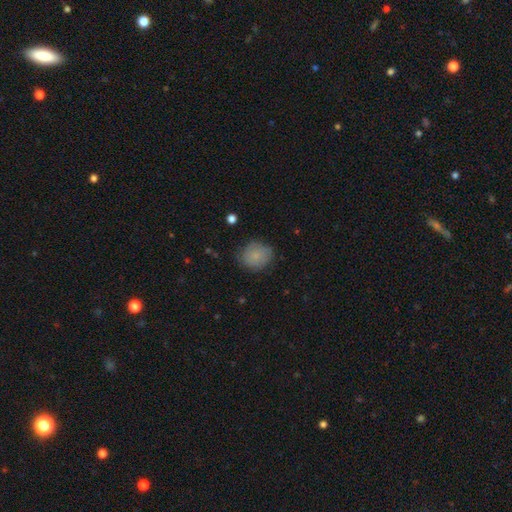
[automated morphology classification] A smooth galaxy with no disk features (80%) that is round (69%). Merging: none (74%).